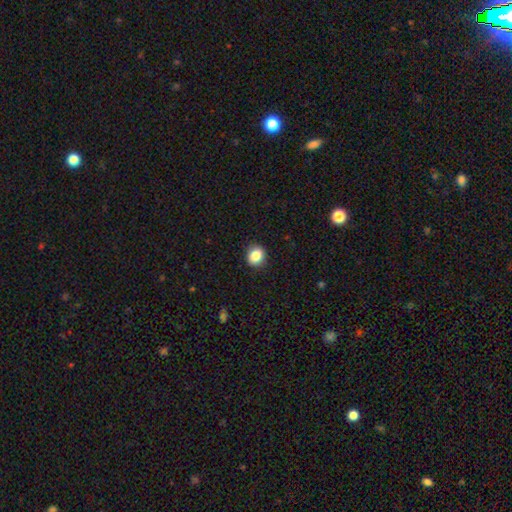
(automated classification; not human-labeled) Smooth or featured?
  - smooth: 85% *
  - star or artifact: 9%
  - featured or disk: 5%
How rounded?
  - round: 79% *
  - in between: 20%
  - cigar-shaped: 1%
Merging?
  - none: 90% *
  - minor disturbance: 7%
  - major disturbance: 2%
  - merger: 1%